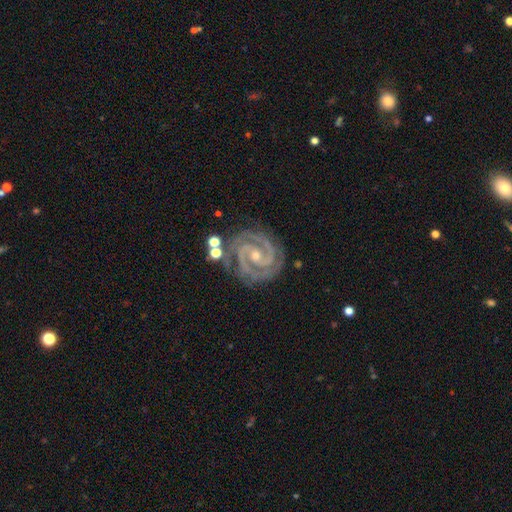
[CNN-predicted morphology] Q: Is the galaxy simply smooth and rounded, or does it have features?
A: featured or disk — 93%.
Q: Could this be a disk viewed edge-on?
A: no — 98%.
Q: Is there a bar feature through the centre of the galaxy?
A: no — 48%.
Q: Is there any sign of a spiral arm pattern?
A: yes — 99%.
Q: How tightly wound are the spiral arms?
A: tight — 78%.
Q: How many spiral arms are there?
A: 2 — 80%.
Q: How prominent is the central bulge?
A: small — 62%.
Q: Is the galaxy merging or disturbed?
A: none — 79%.